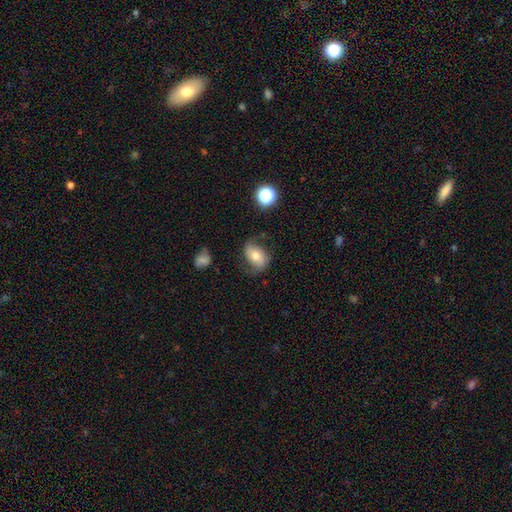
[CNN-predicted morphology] Smooth or featured: smooth — 50% (featured or disk — 41%)
How rounded: in between — 78% (round — 21%)
Merging: none — 62% (minor disturbance — 25%)